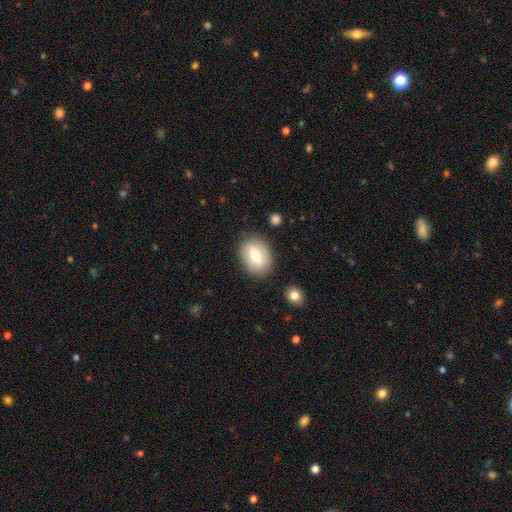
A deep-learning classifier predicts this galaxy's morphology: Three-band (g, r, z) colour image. It shows a smooth galaxy with no disk features (62%) that is in between round and cigar-shaped (73%). Merging: none (81%).